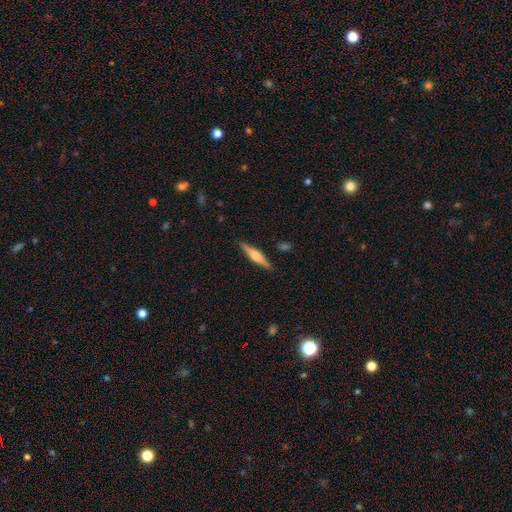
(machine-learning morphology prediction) Smooth or featured: featured or disk — 59% (smooth — 35%)
Edge-on disk: yes — 97% (no — 3%)
Edge-on bulge: rounded — 80% (boxy — 15%)
Merging: none — 89% (minor disturbance — 8%)